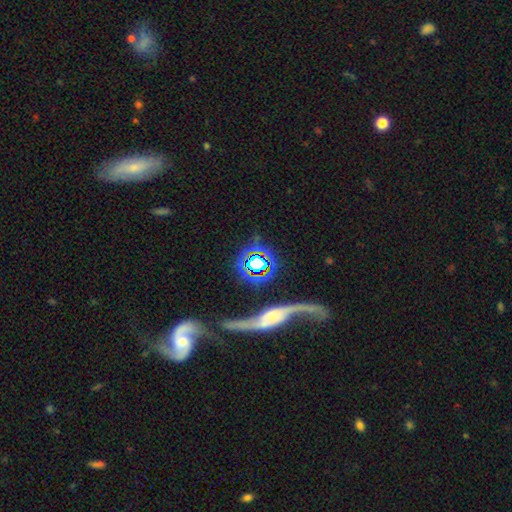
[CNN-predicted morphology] The model was most divided on "bulge size": moderate: 39%, small: 38%, large: 10%, none: 10%, dominant: 4%. Remaining: spiral arms — yes (90%); spiral arm count — 2 (89%); spiral winding — loose (83%); edge-on disk — no (82%); smooth or featured — featured or disk (77%); bar — no (47%); merging — none (47%).